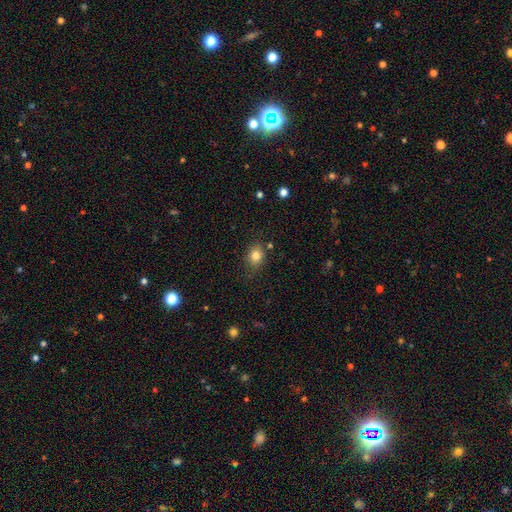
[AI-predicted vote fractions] Morphology: type=smooth (82%); roundness=round (51%); merging=none (78%).